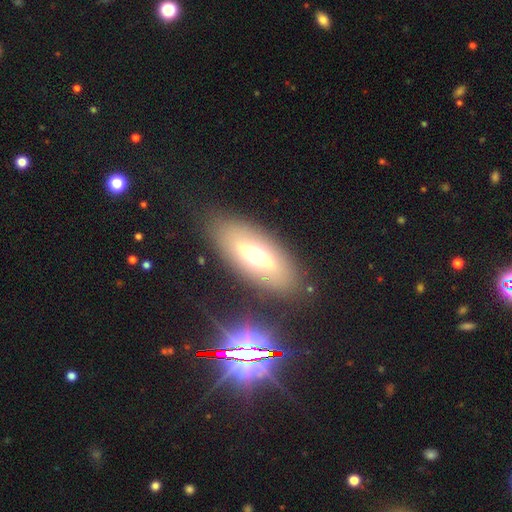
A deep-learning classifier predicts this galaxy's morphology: A smooth galaxy with no disk features (46%). Merging: none (83%).